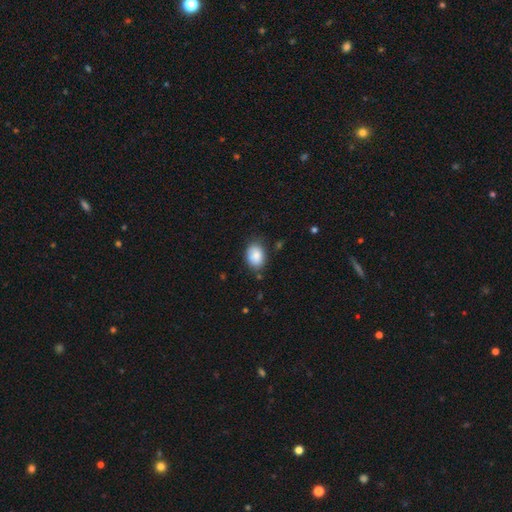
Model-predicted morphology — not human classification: Overall: smooth (85%). How rounded: in between (77%). Merging: none (73%).